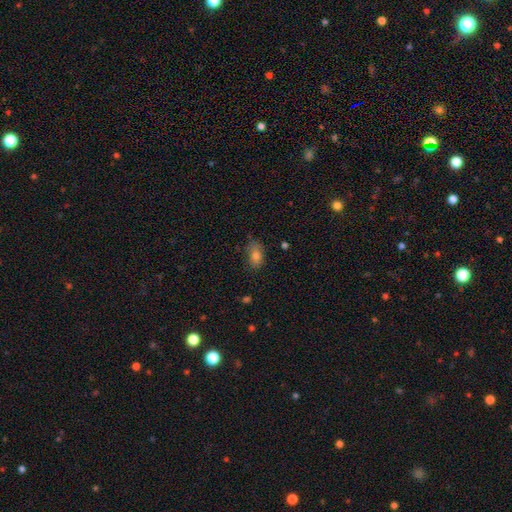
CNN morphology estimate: A smooth galaxy with no disk features (78%) that is in between round and cigar-shaped (84%).

Vote fractions:
- Smooth or featured? smooth: 78% / star or artifact: 12% / featured or disk: 10%
- How rounded? in between: 84% / round: 14% / cigar-shaped: 2%
- Merging? none: 68% / minor disturbance: 24% / major disturbance: 6% / merger: 2%